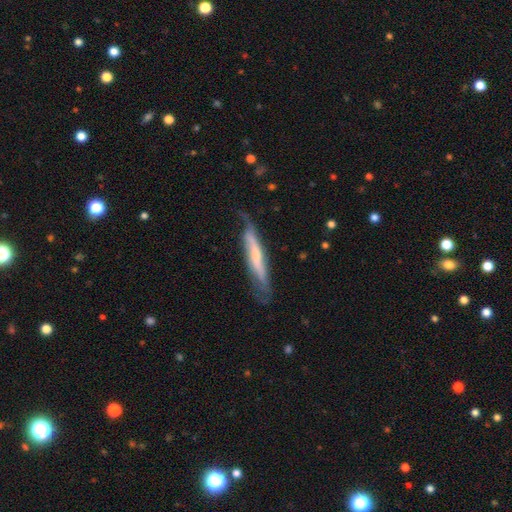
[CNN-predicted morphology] Smooth or featured? featured or disk (61%)
Edge-on disk? yes (74%)
Merging? none (61%)